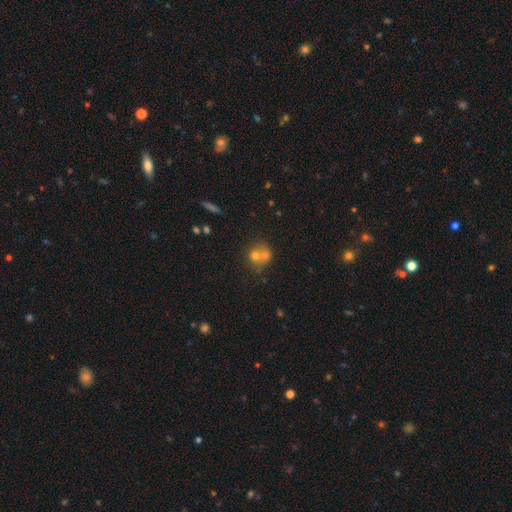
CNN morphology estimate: smooth_or_featured: smooth (p=0.63) [alt: featured or disk p=0.22]
how_rounded: round (p=0.80) [alt: in between p=0.19]
merging: merger (p=0.56) [alt: none p=0.34]